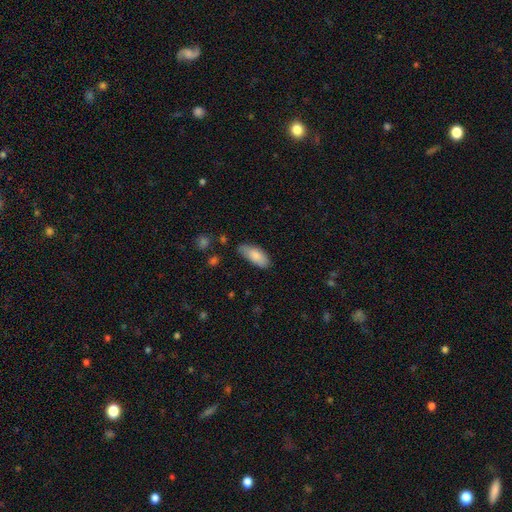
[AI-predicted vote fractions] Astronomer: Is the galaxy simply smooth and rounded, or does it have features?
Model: smooth — 83%.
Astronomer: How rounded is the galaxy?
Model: in between — 86%.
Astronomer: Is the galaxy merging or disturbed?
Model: none — 66%.